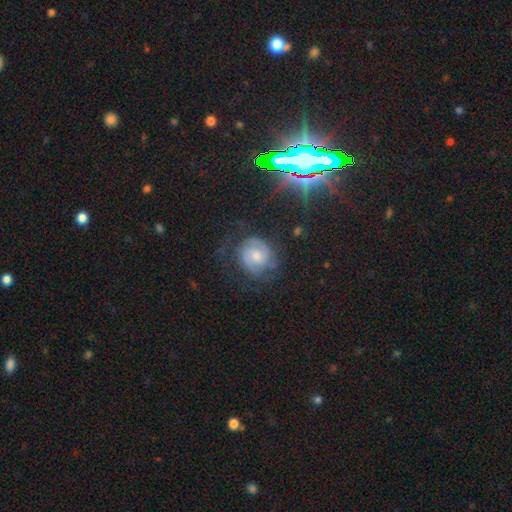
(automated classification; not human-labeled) The model was most divided on "spiral winding": tight: 50%, medium: 37%, loose: 13%. More confident: edge-on disk — no (98%); spiral arms — yes (89%); smooth or featured — featured or disk (66%); merging — none (63%); bar — no (62%); spiral arm count — 2 (54%); bulge size — moderate (53%).